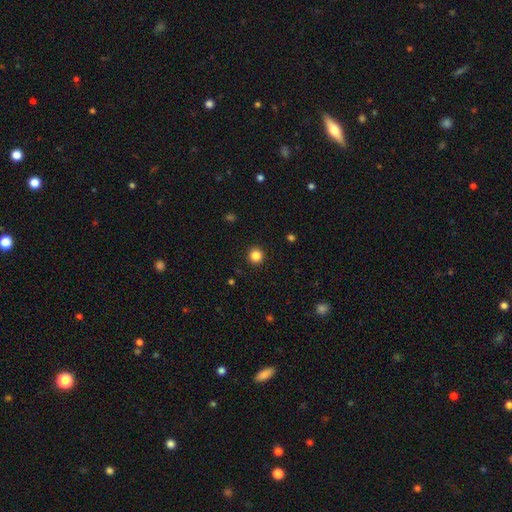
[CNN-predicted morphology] smooth_or_featured: smooth (p=0.85) [alt: star or artifact p=0.11]
how_rounded: round (p=0.95) [alt: in between p=0.04]
merging: none (p=0.93) [alt: minor disturbance p=0.04]